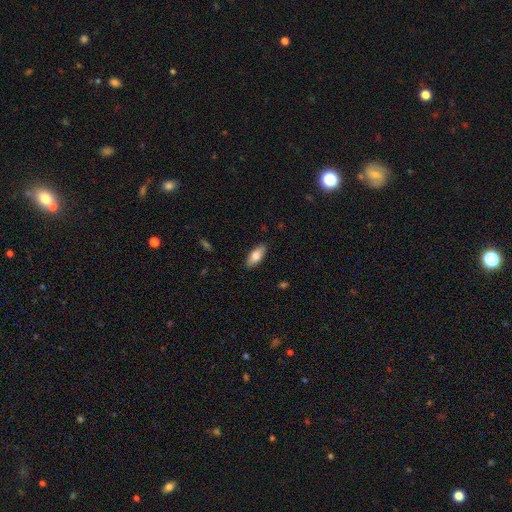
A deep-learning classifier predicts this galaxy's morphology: Smooth or featured? Predicted: smooth (p=0.77). How rounded? Predicted: in between (p=0.81). Merging? Predicted: none (p=0.88).